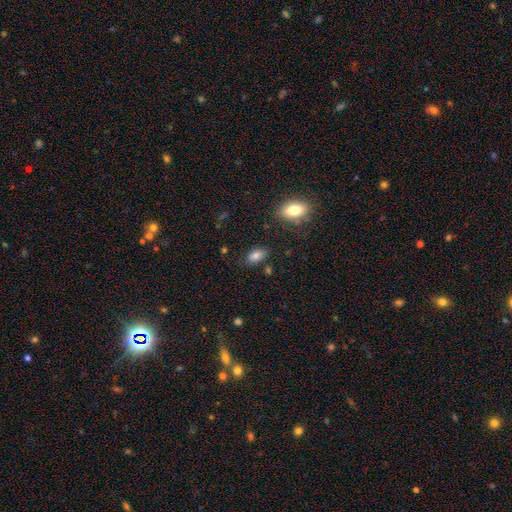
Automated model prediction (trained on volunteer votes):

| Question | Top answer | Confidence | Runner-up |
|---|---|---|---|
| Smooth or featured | smooth | 82% | star or artifact (10%) |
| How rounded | in between | 90% | round (7%) |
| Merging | none | 80% | minor disturbance (13%) |